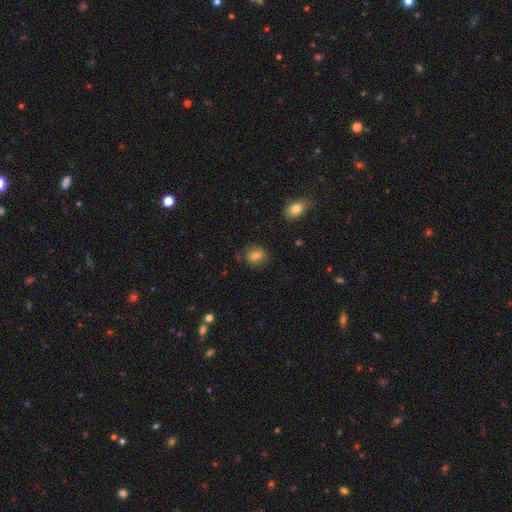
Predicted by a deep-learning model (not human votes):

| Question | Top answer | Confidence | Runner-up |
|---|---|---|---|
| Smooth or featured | smooth | 80% | featured or disk (10%) |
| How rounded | round | 58% | in between (40%) |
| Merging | none | 82% | minor disturbance (13%) |